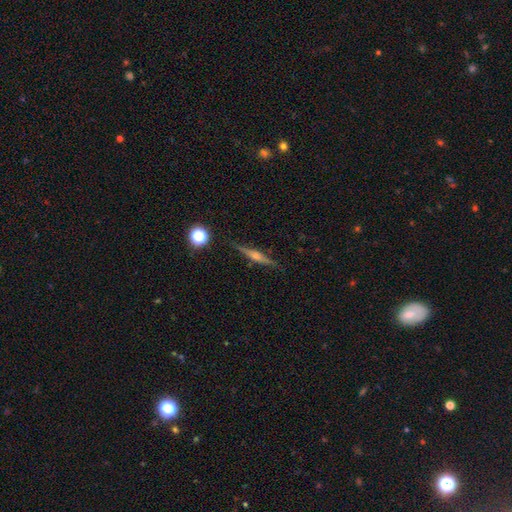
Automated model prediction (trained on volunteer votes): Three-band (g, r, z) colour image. It shows a featured or disk galaxy (63%) viewed edge-on (97%) with a rounded central bulge (73%). Merging: none (86%).